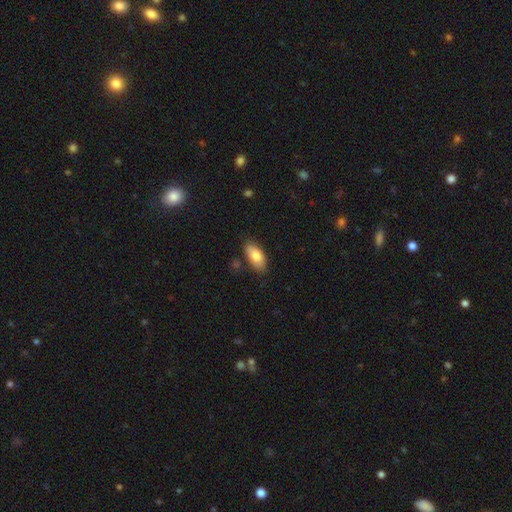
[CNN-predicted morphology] Overall: smooth (79%). How rounded: in between (89%). Merging: none (82%).